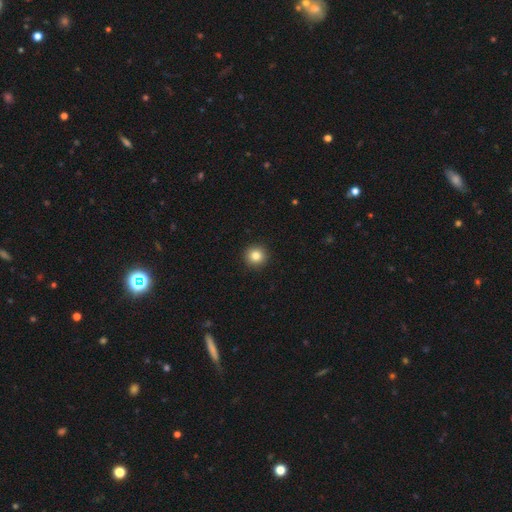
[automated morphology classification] Smooth or featured? Predicted: smooth (p=0.83). How rounded? Predicted: round (p=0.95). Merging? Predicted: none (p=0.93).